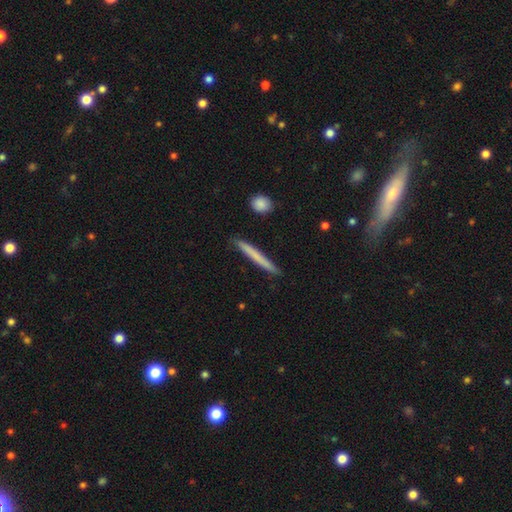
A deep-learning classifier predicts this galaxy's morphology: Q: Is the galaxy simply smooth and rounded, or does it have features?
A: smooth — 66%.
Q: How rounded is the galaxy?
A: cigar-shaped — 97%.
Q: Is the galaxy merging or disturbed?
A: none — 90%.